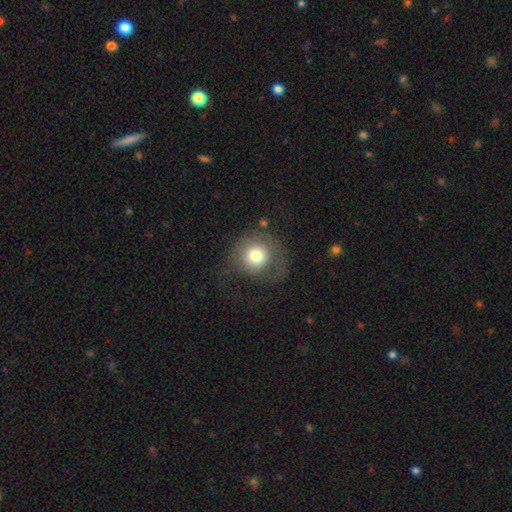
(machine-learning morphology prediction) type=smooth (70%); roundness=round (90%); merging=none (51%).